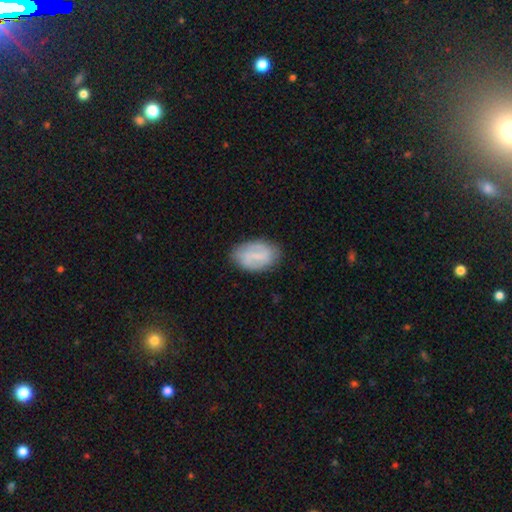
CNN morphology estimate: type=featured or disk (47%); merging=none (79%).